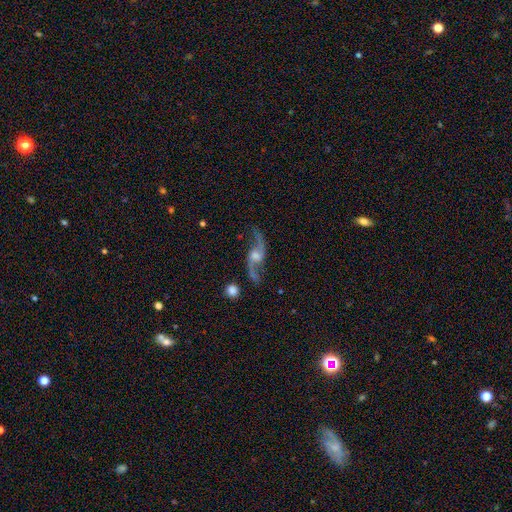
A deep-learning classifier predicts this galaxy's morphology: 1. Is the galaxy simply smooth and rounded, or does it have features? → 89% featured or disk, 6% star or artifact, 5% smooth.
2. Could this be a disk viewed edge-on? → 93% no, 7% yes.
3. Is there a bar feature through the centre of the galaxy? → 53% no, 36% weak, 10% strong.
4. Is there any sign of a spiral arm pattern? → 97% yes, 3% no.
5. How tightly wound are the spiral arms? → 86% loose, 11% medium, 3% tight.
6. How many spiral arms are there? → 94% 2, 1% 1, 1% can't tell, 1% 3, 1% 4, 1% more than 4.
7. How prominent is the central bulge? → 50% moderate, 30% small, 10% large, 7% none, 2% dominant.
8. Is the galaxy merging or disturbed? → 77% none, 13% minor disturbance, 7% major disturbance, 3% merger.